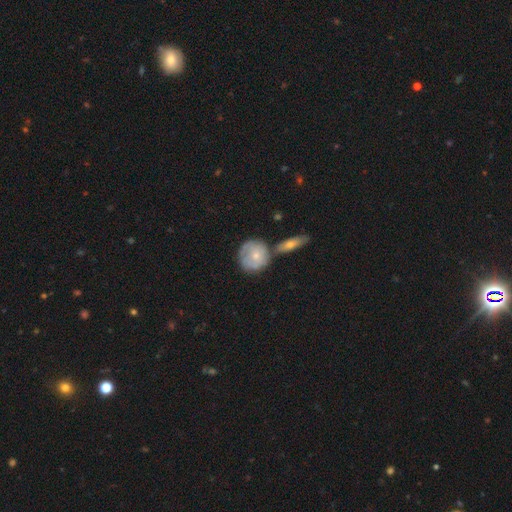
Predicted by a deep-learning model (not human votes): Smooth or featured? smooth (59%)
How rounded? round (86%)
Merging? none (49%)